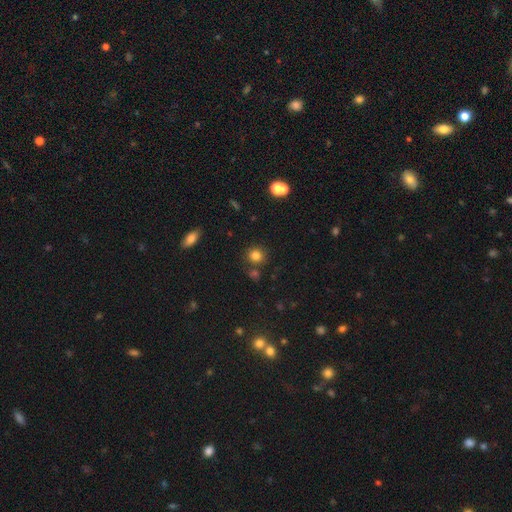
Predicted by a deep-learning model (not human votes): Smooth or featured: smooth — 81% (star or artifact — 13%)
How rounded: round — 86% (in between — 13%)
Merging: none — 78% (merger — 10%)